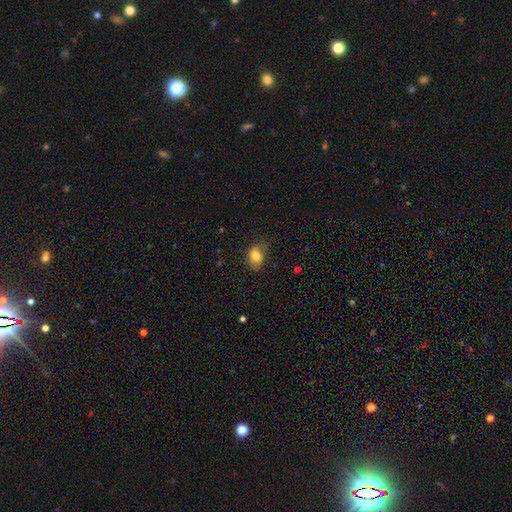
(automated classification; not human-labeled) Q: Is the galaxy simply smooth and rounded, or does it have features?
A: smooth — 79%.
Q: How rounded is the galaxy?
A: in between — 71%.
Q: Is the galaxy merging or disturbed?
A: none — 65%.